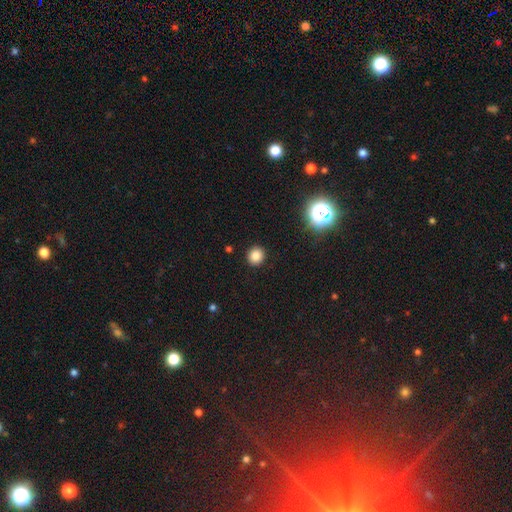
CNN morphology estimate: The model was most divided on "smooth or featured": smooth: 84%, star or artifact: 13%, featured or disk: 4%. More confident: merging — none (91%); how rounded — round (89%).